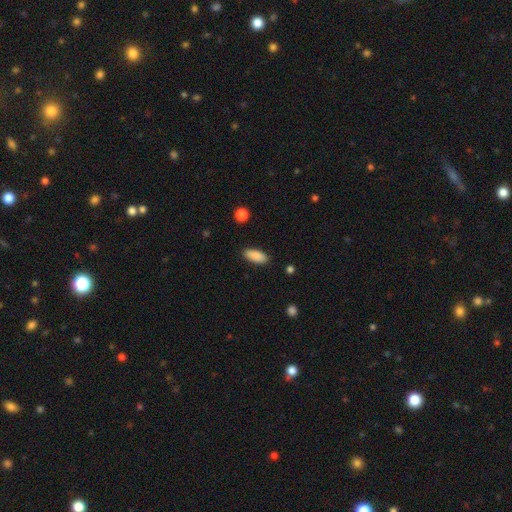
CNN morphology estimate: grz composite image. It shows a smooth galaxy with no disk features (89%) that is in between round and cigar-shaped (84%). Merging: none (88%).